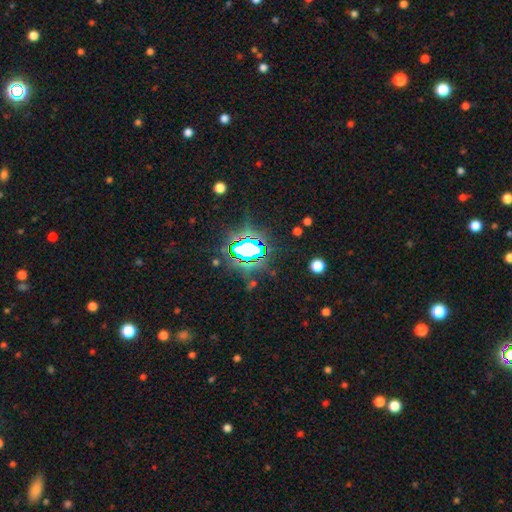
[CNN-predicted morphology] The model was most divided on "smooth or featured": star or artifact: 78%, smooth: 13%, featured or disk: 9%.